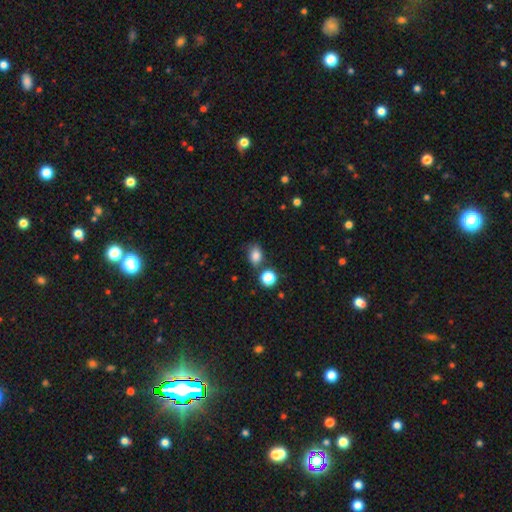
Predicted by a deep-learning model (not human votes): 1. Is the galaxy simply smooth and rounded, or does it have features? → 82% smooth, 12% star or artifact, 6% featured or disk.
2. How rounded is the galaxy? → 69% in between, 29% round, 1% cigar-shaped.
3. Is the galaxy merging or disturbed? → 68% none, 16% minor disturbance, 12% merger, 4% major disturbance.